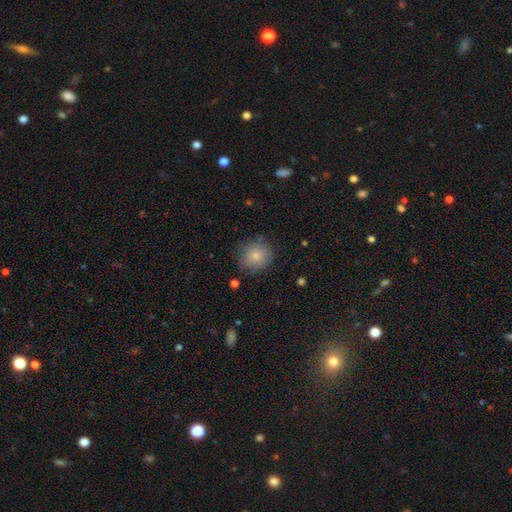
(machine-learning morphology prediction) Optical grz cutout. It shows a smooth galaxy with no disk features (81%) that is round (87%). Merging: none (78%).